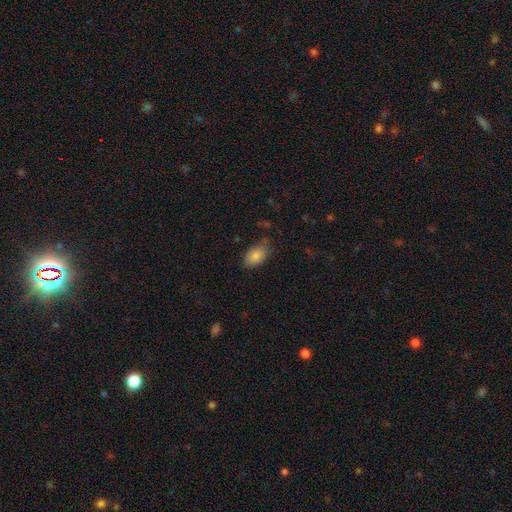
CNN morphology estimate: The model was most divided on "merging": none: 71%, minor disturbance: 22%, major disturbance: 5%, merger: 2%. More confident: how rounded — in between (92%); smooth or featured — smooth (86%).